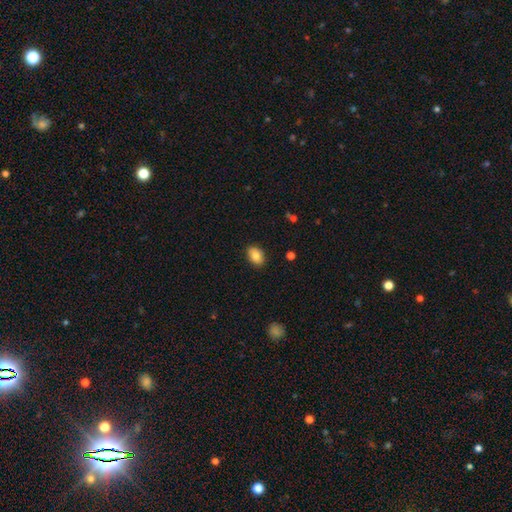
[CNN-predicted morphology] smooth-or-featured: smooth: 83% | featured or disk: 9% | star or artifact: 8%
  how-rounded: in between: 81% | round: 17% | cigar-shaped: 1%
  merging: none: 86% | minor disturbance: 11% | major disturbance: 2% | merger: 1%